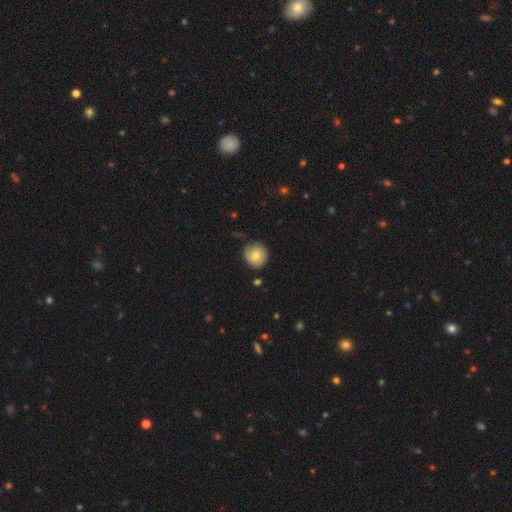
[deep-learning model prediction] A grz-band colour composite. It shows a smooth galaxy with no disk features (77%) that is round (92%). Merging: none (81%).